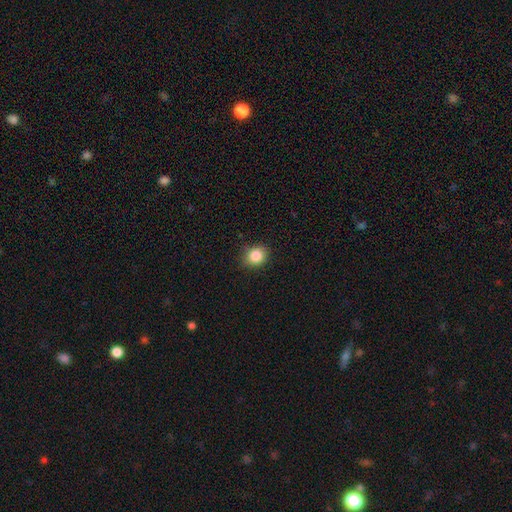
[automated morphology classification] A smooth galaxy with no disk features (86%) that is round (70%).

Vote fractions:
- Smooth or featured? smooth: 86% / star or artifact: 10% / featured or disk: 4%
- How rounded? round: 70% / in between: 29% / cigar-shaped: 1%
- Merging? none: 85% / minor disturbance: 12% / major disturbance: 2% / merger: 1%